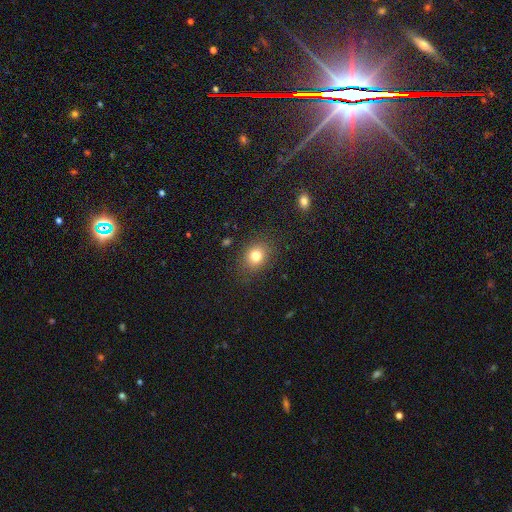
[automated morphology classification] A smooth galaxy with no disk features (79%) that is round (60%).

Vote fractions:
- Smooth or featured? smooth: 79% / star or artifact: 12% / featured or disk: 8%
- How rounded? round: 60% / in between: 39% / cigar-shaped: 1%
- Merging? none: 85% / minor disturbance: 10% / major disturbance: 4% / merger: 1%